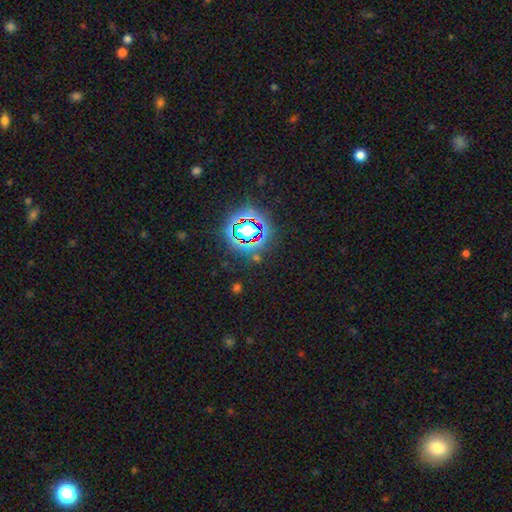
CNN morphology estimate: Smooth or featured: star or artifact — 75% (smooth — 16%)